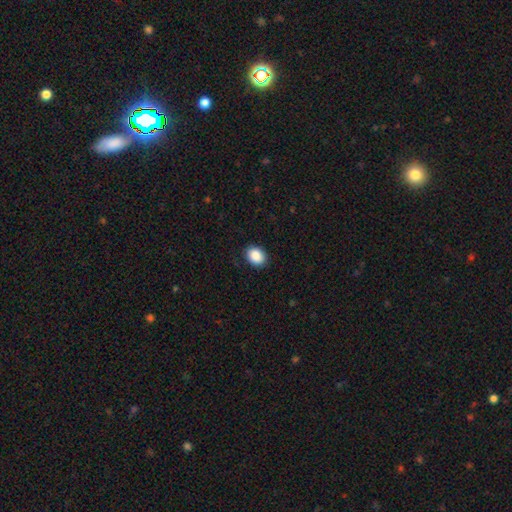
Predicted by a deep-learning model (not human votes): Smooth or featured?
  - smooth: 89% *
  - star or artifact: 8%
  - featured or disk: 3%
How rounded?
  - in between: 57% *
  - round: 42%
  - cigar-shaped: 1%
Merging?
  - none: 88% *
  - minor disturbance: 9%
  - major disturbance: 2%
  - merger: 1%